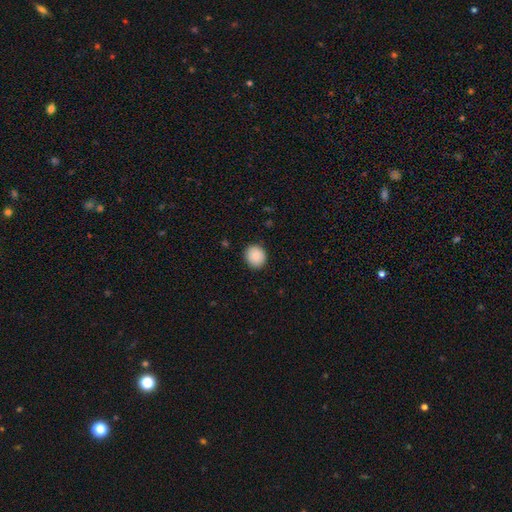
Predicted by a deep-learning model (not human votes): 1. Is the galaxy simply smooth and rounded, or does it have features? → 87% smooth, 8% star or artifact, 5% featured or disk.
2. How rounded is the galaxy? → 78% round, 21% in between, 1% cigar-shaped.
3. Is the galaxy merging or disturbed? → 89% none, 8% minor disturbance, 2% major disturbance, 1% merger.